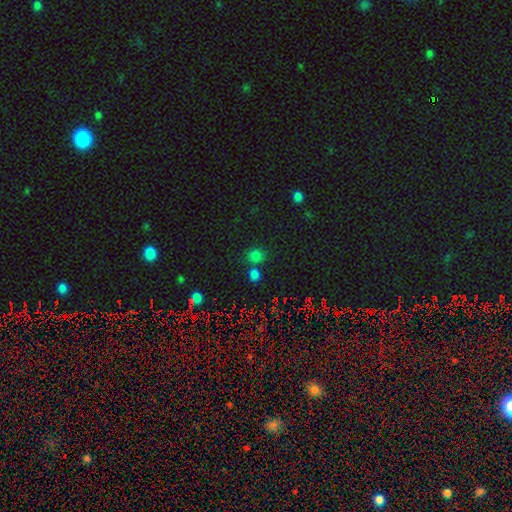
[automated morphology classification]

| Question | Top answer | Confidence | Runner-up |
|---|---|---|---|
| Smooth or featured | smooth | 70% | star or artifact (25%) |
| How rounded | round | 81% | in between (18%) |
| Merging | none | 64% | merger (23%) |